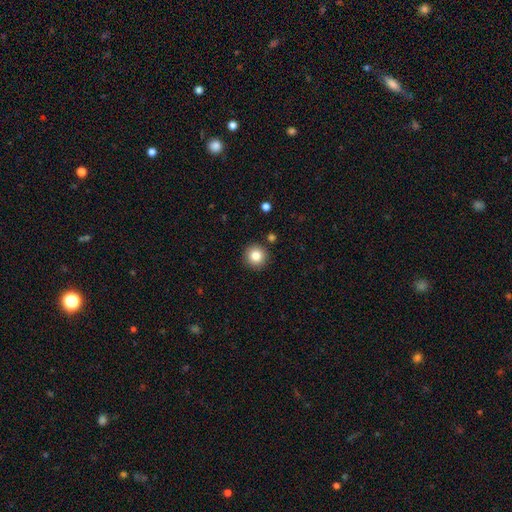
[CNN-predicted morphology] This appears to be a smooth galaxy with no disk features (83%) that is round (95%). Merging: none (90%).